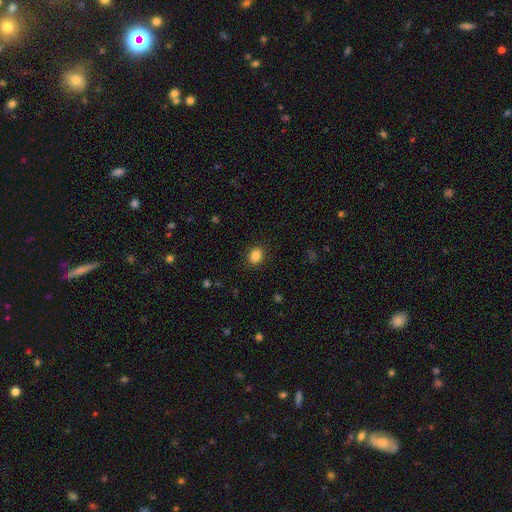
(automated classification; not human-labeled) smooth-or-featured: smooth: 86% | star or artifact: 10% | featured or disk: 5%
  how-rounded: round: 52% | in between: 47% | cigar-shaped: 1%
  merging: none: 88% | minor disturbance: 8% | major disturbance: 2% | merger: 1%